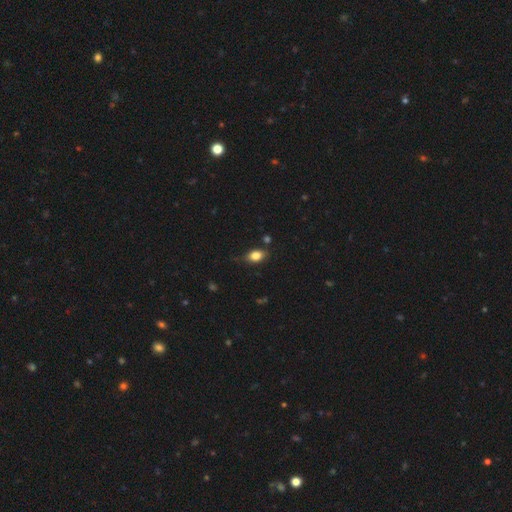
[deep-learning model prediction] Q: Smooth or featured?
A: smooth (82%); runner-up: star or artifact (9%)
Q: How rounded?
A: in between (82%); runner-up: round (15%)
Q: Merging?
A: none (76%); runner-up: minor disturbance (17%)